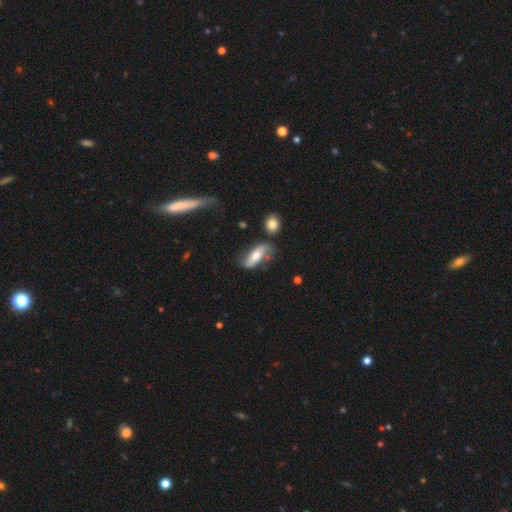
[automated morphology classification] Smooth or featured?
  - smooth: 47% *
  - featured or disk: 46%
  - star or artifact: 7%
Merging?
  - none: 56% *
  - minor disturbance: 25%
  - major disturbance: 12%
  - merger: 7%